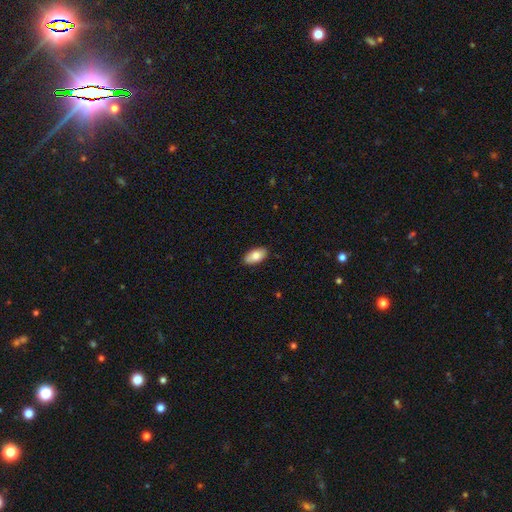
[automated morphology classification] A smooth galaxy with no disk features (82%) that is in between round and cigar-shaped (93%). Merging: none (89%).